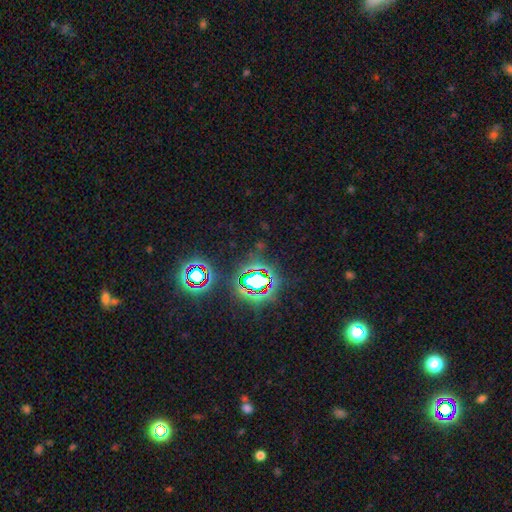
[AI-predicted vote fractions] This is likely a star or artifact rather than a galaxy (80%).